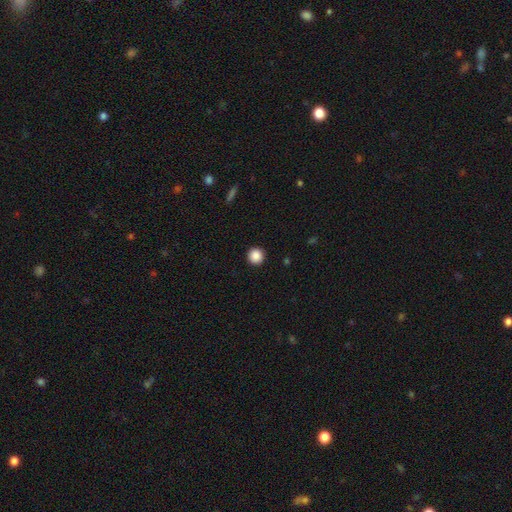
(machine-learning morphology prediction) Q: Smooth or featured?
A: smooth (88%); runner-up: star or artifact (9%)
Q: How rounded?
A: round (96%); runner-up: in between (3%)
Q: Merging?
A: none (93%); runner-up: minor disturbance (4%)